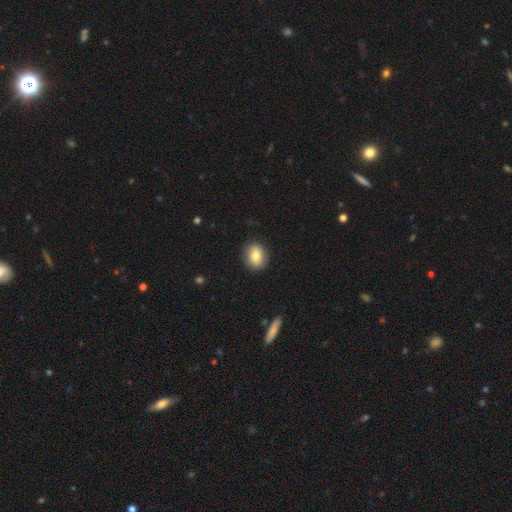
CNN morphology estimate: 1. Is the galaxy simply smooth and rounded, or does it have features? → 74% smooth, 17% featured or disk, 9% star or artifact.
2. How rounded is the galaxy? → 61% round, 38% in between, 1% cigar-shaped.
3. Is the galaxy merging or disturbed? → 87% none, 9% minor disturbance, 2% major disturbance, 1% merger.